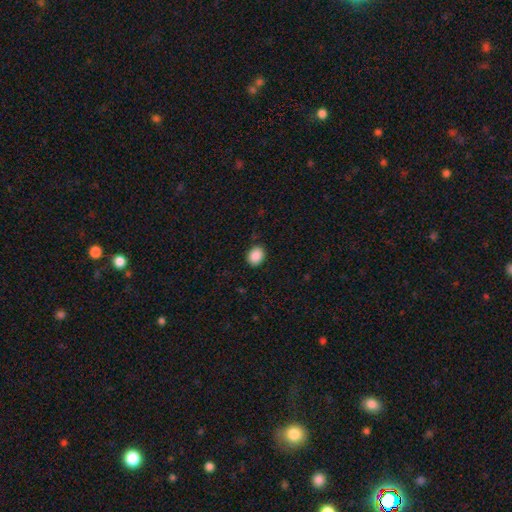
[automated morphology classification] smooth-or-featured: smooth: 89% | star or artifact: 8% | featured or disk: 3%
  how-rounded: round: 52% | in between: 47% | cigar-shaped: 1%
  merging: none: 87% | minor disturbance: 9% | major disturbance: 2% | merger: 1%